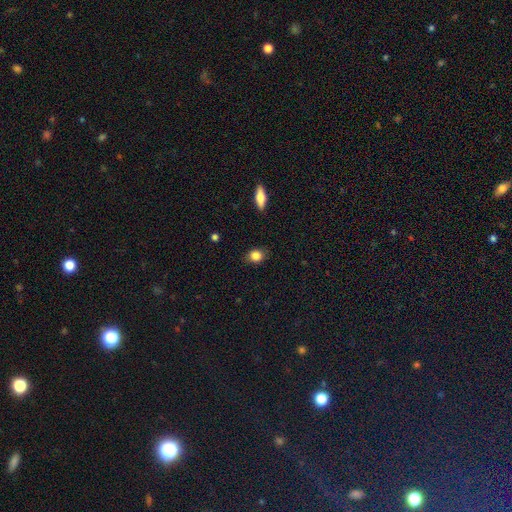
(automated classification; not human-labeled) This appears to be a smooth galaxy with no disk features (85%) that is round (53%). Merging: none (84%).